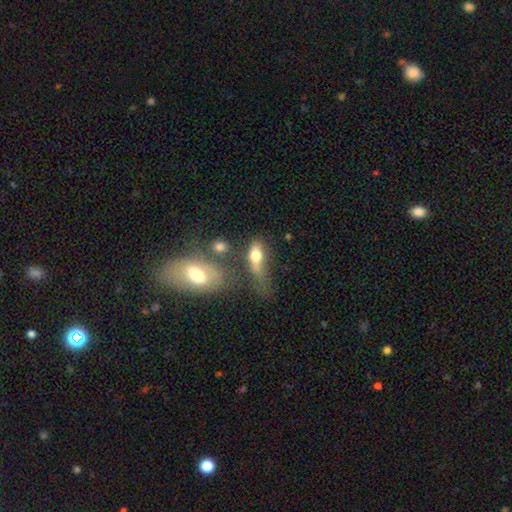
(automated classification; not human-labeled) Q: Smooth or featured?
A: smooth (64%); runner-up: featured or disk (27%)
Q: How rounded?
A: in between (71%); runner-up: cigar-shaped (20%)
Q: Merging?
A: none (31%); runner-up: major disturbance (25%)